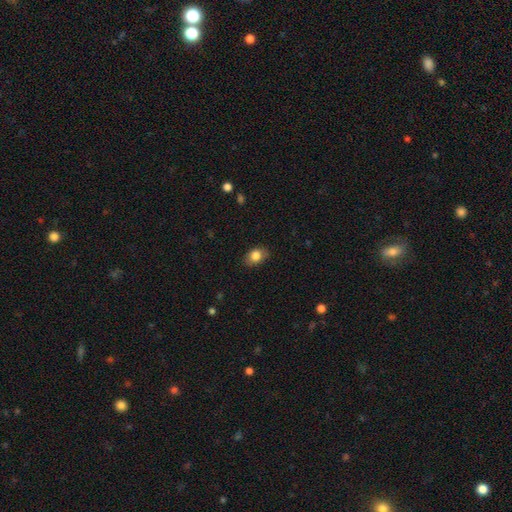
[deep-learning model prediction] Morphology: type=smooth (81%); roundness=in between (78%); merging=none (82%).